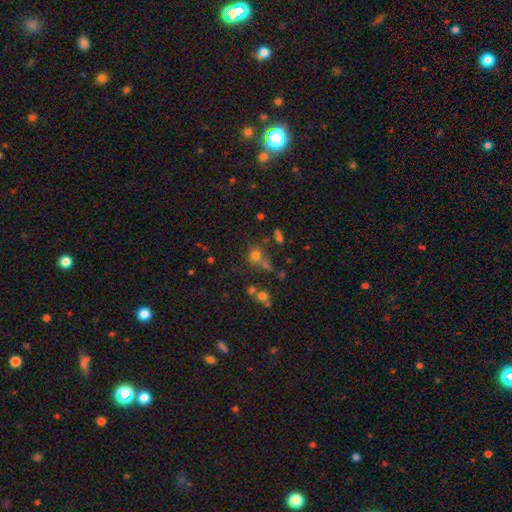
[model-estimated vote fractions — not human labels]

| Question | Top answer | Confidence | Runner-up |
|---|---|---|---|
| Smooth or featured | smooth | 66% | star or artifact (23%) |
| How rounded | round | 86% | in between (13%) |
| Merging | none | 58% | merger (23%) |